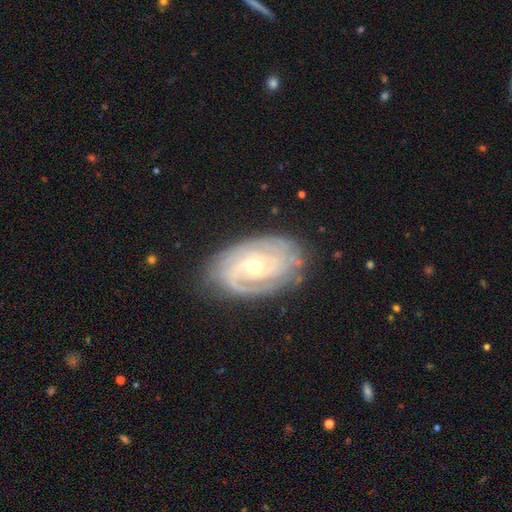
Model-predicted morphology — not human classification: Q: Smooth or featured?
A: featured or disk (86%); runner-up: smooth (9%)
Q: Edge-on disk?
A: no (96%); runner-up: yes (4%)
Q: Bar?
A: no (62%); runner-up: weak (31%)
Q: Spiral arms?
A: yes (95%); runner-up: no (5%)
Q: Spiral winding?
A: tight (65%); runner-up: medium (28%)
Q: Spiral arm count?
A: 2 (38%); runner-up: can't tell (28%)
Q: Bulge size?
A: small (59%); runner-up: moderate (38%)
Q: Merging?
A: none (77%); runner-up: minor disturbance (16%)